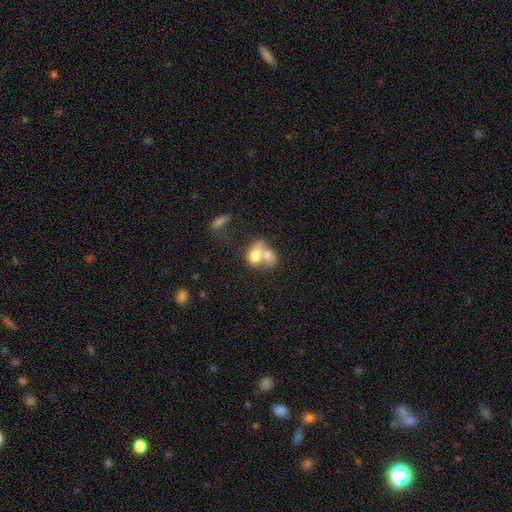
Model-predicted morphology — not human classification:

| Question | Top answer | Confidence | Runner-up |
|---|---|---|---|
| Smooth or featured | smooth | 70% | featured or disk (22%) |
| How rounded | in between | 67% | round (31%) |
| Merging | merger | 76% | none (13%) |